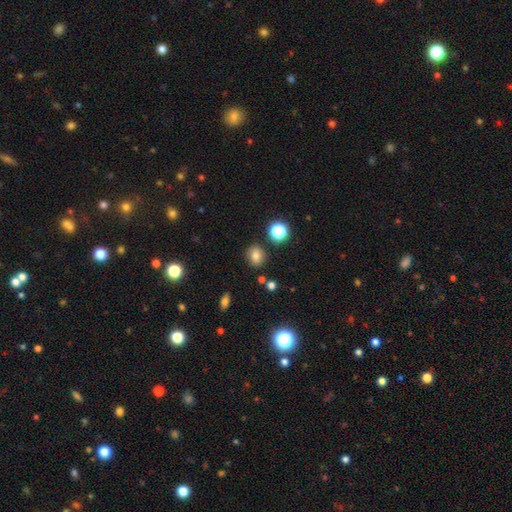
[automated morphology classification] Smooth or featured? smooth (76%)
How rounded? round (57%)
Merging? none (81%)